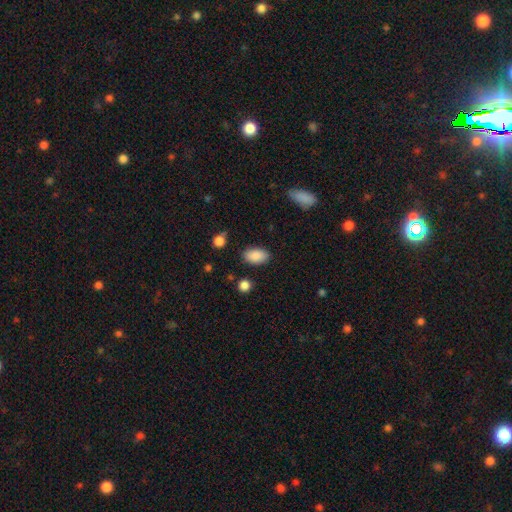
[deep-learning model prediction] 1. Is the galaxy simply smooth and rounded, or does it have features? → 88% smooth, 8% star or artifact, 4% featured or disk.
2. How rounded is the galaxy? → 92% in between, 6% round, 2% cigar-shaped.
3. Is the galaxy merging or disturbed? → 83% none, 12% minor disturbance, 3% major disturbance, 2% merger.